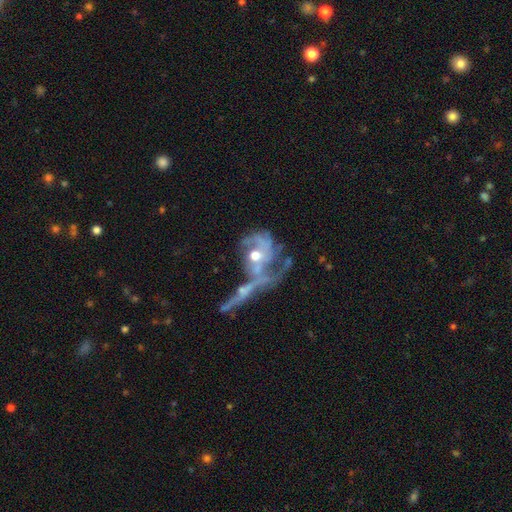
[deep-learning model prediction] Q: Smooth or featured?
A: featured or disk (73%); runner-up: smooth (17%)
Q: Edge-on disk?
A: no (94%); runner-up: yes (6%)
Q: Bar?
A: no (76%); runner-up: weak (17%)
Q: Spiral arms?
A: yes (67%); runner-up: no (33%)
Q: Bulge size?
A: moderate (69%); runner-up: small (20%)
Q: Merging?
A: merger (42%); runner-up: major disturbance (29%)